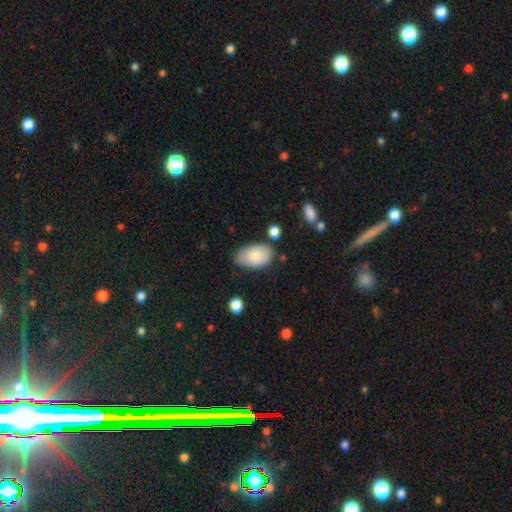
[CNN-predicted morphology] type=smooth (82%); roundness=in between (93%); merging=none (65%).